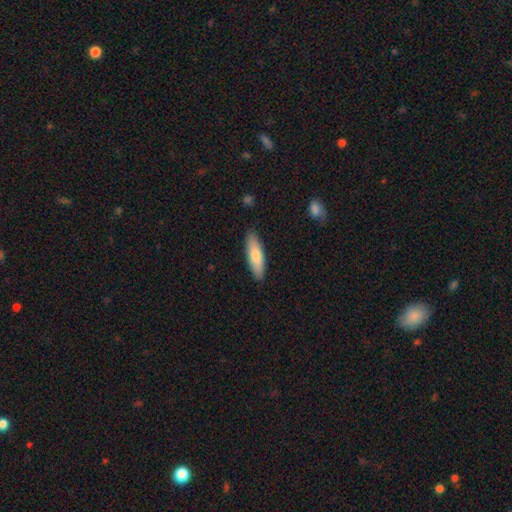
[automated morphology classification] Smooth or featured? Predicted: smooth (p=0.76). How rounded? Predicted: cigar-shaped (p=0.60). Merging? Predicted: none (p=0.88).